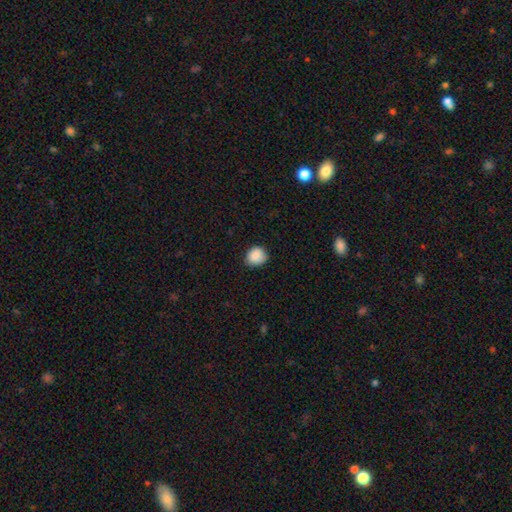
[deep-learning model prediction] A smooth galaxy with no disk features (88%) that is round (76%). Merging: none (80%).